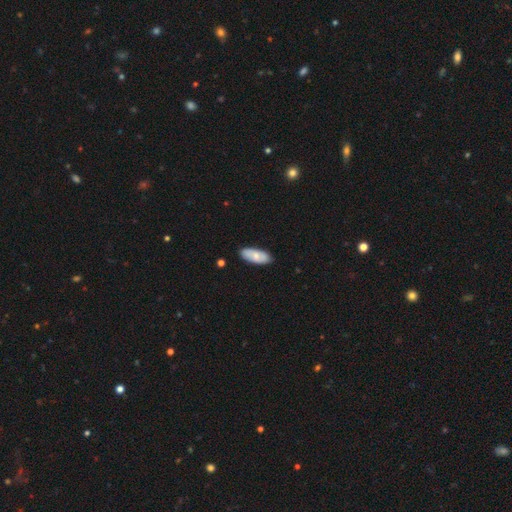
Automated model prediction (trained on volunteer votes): The model was most divided on "smooth or featured": smooth: 68%, featured or disk: 26%, star or artifact: 6%. More confident: merging — none (86%); how rounded — in between (86%).